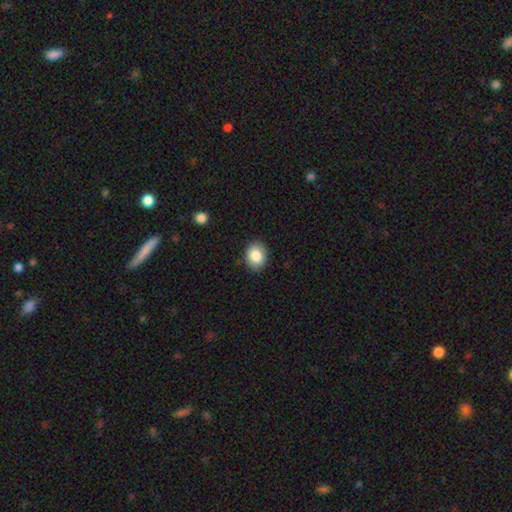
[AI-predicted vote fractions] Smooth or featured? smooth (85%)
How rounded? in between (51%)
Merging? none (89%)